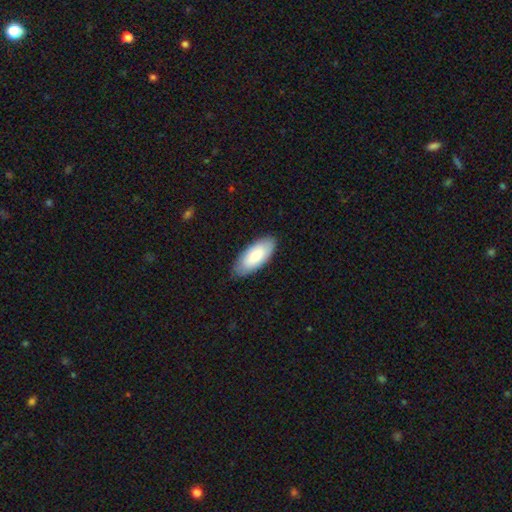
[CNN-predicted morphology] Overall: smooth (76%). How rounded: in between (89%). Merging: none (82%).